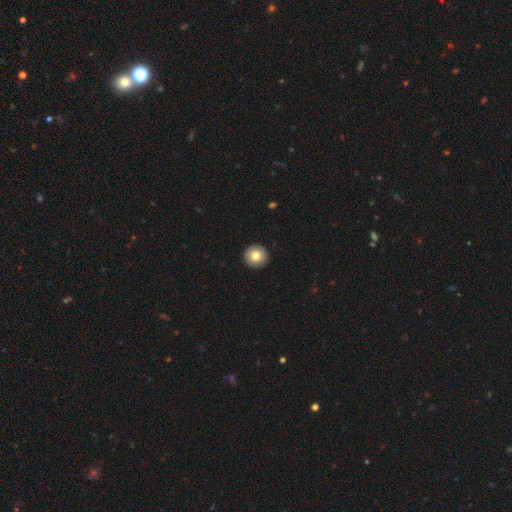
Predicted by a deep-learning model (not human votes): The model was most divided on "smooth or featured": smooth: 81%, featured or disk: 11%, star or artifact: 8%. More confident: how rounded — round (96%); merging — none (93%).